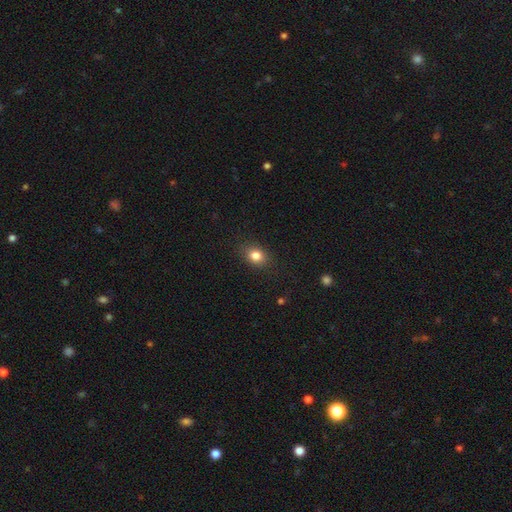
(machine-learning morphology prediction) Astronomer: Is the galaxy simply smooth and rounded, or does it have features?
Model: smooth — 82%.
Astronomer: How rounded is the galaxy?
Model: in between — 54% (runner-up: round, 45%).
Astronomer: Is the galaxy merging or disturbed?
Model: none — 86%.